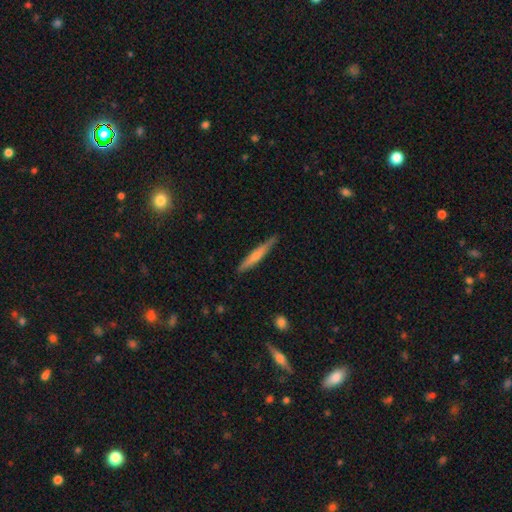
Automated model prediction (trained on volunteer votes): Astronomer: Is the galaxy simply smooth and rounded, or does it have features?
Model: smooth — 61%.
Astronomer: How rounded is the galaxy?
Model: cigar-shaped — 94%.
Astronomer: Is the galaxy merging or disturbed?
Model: none — 83%.